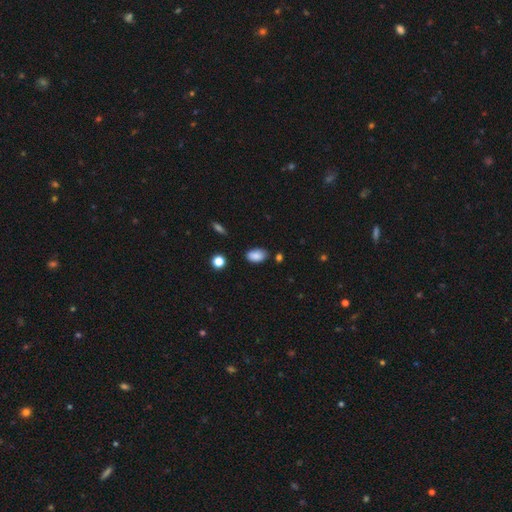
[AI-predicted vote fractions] Morphology: type=smooth (87%); roundness=in between (91%); merging=none (79%).